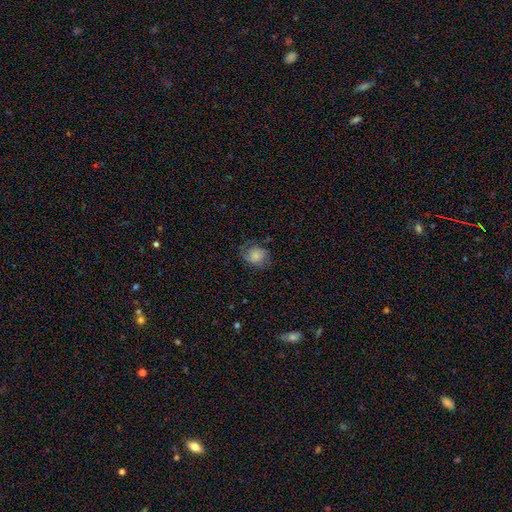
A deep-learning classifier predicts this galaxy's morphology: Q: Smooth or featured?
A: smooth (65%); runner-up: featured or disk (26%)
Q: How rounded?
A: round (63%); runner-up: in between (36%)
Q: Merging?
A: none (58%); runner-up: minor disturbance (26%)